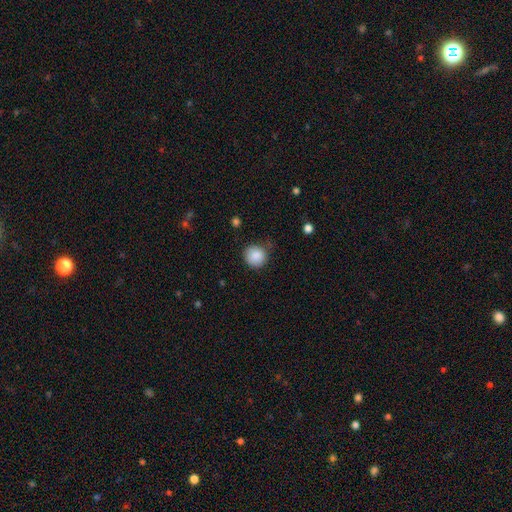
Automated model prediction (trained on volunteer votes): Smooth or featured? Predicted: smooth (p=0.87). How rounded? Predicted: round (p=0.90). Merging? Predicted: none (p=0.75).